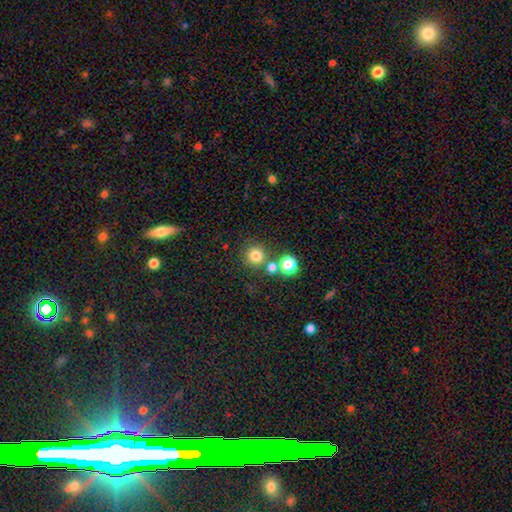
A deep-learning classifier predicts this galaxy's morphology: Overall: smooth (78%). How rounded: round (94%). Merging: none (74%).